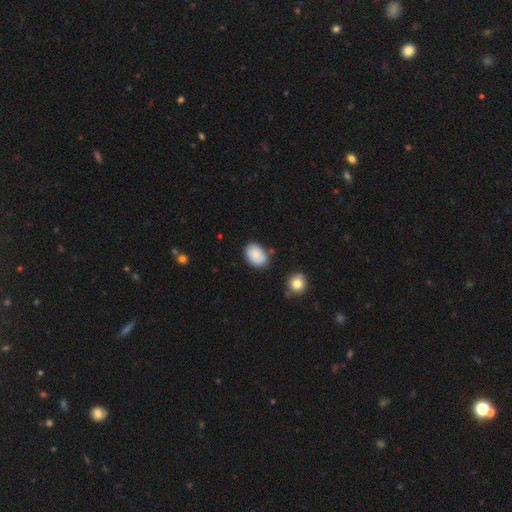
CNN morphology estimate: Smooth or featured? smooth (82%)
How rounded? in between (81%)
Merging? none (72%)